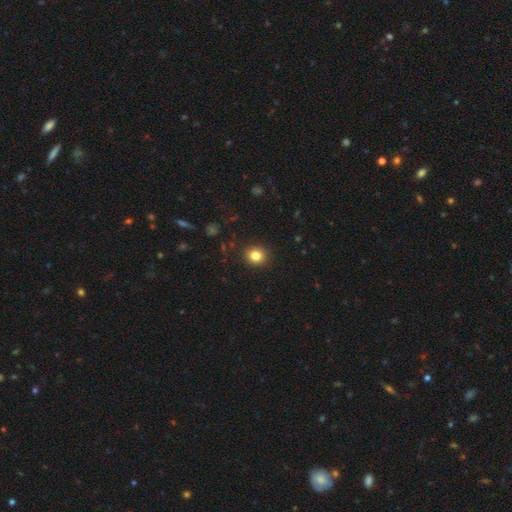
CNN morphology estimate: This appears to be a smooth galaxy with no disk features (83%) that is round (82%). Merging: none (91%).